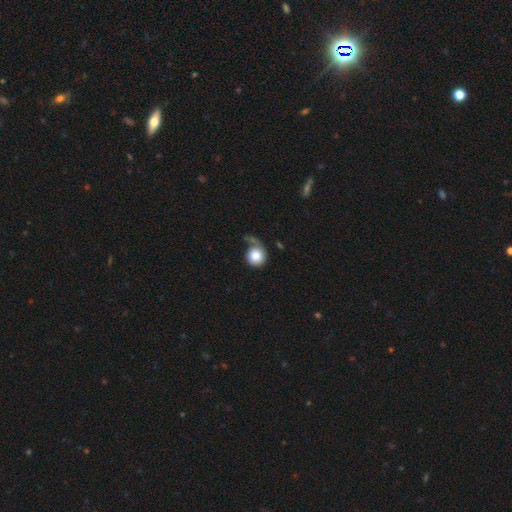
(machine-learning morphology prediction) A smooth galaxy with no disk features (81%) that is round (88%). Merging: none (44%).